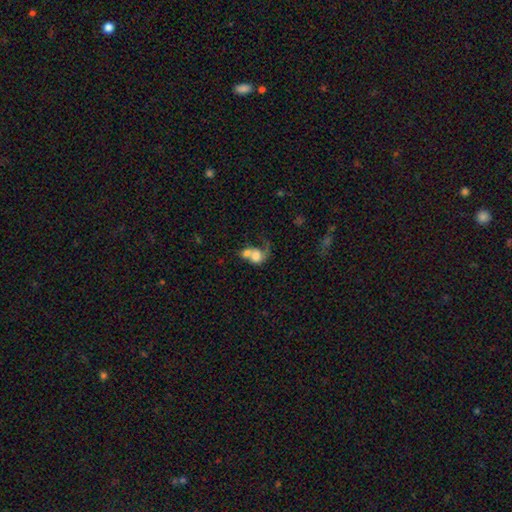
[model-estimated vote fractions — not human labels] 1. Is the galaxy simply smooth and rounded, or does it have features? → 56% smooth, 35% featured or disk, 9% star or artifact.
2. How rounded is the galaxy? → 54% round, 45% in between, 2% cigar-shaped.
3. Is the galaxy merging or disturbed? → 64% merger, 16% major disturbance, 13% none, 7% minor disturbance.